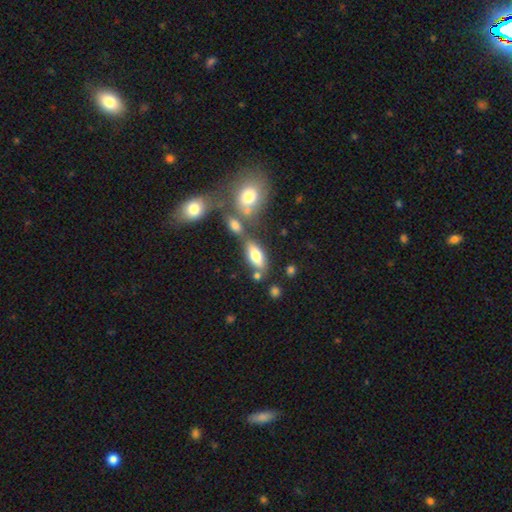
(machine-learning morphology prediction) Overall: smooth (70%). How rounded: in between (81%). Merging: none (60%; merger 21%).